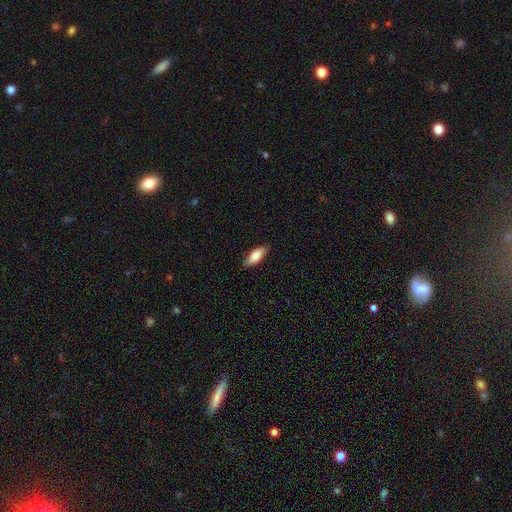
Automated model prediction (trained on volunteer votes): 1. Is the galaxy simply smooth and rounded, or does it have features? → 77% smooth, 17% featured or disk, 6% star or artifact.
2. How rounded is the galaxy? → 72% in between, 26% cigar-shaped, 2% round.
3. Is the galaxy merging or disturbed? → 86% none, 11% minor disturbance, 2% major disturbance, 1% merger.